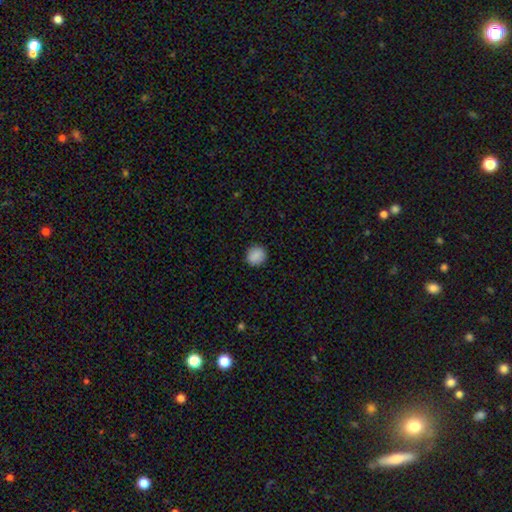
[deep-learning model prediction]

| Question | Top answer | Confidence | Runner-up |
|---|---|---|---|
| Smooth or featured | smooth | 89% | star or artifact (8%) |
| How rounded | round | 87% | in between (12%) |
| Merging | none | 90% | minor disturbance (7%) |